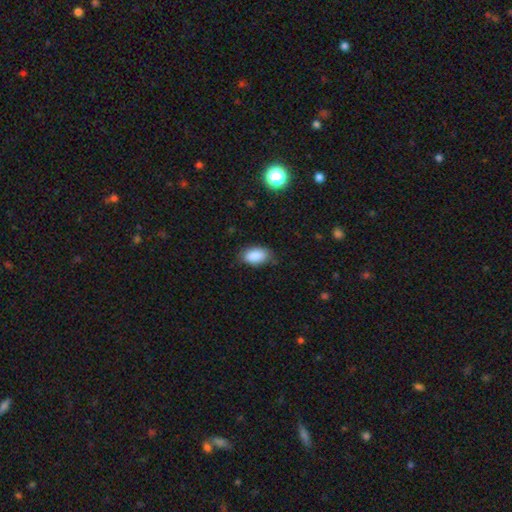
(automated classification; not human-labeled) This appears to be a smooth galaxy with no disk features (88%) that is in between round and cigar-shaped (93%). Merging: none (78%).